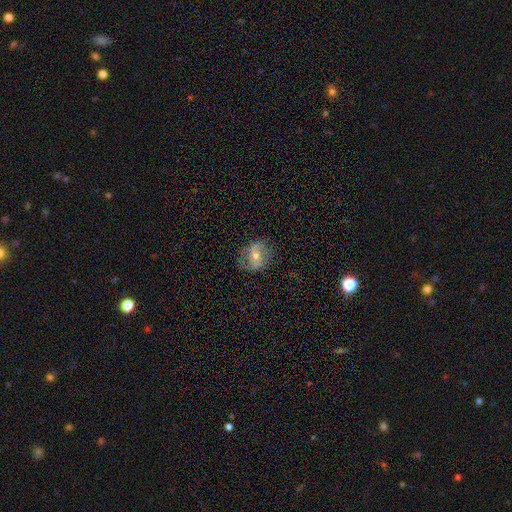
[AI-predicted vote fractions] This appears to be a featured or disk galaxy (59%) with a weak bar (37%, tied with no), spiral arms (75%) and a moderate central bulge (53%). Merging: none (72%).